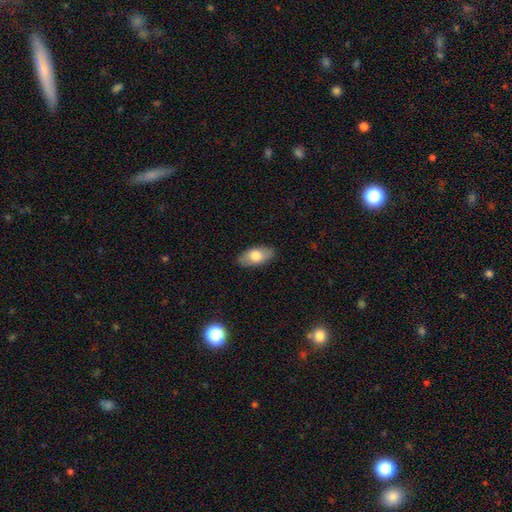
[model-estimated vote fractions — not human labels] smooth-or-featured: smooth: 74% | featured or disk: 20% | star or artifact: 6%
  how-rounded: in between: 92% | cigar-shaped: 4% | round: 3%
  merging: none: 87% | minor disturbance: 10% | major disturbance: 2% | merger: 1%